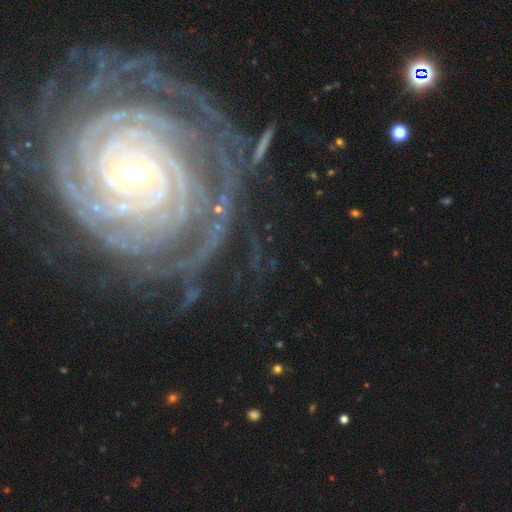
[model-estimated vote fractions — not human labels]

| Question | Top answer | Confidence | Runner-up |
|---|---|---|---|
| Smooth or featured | featured or disk | 90% | star or artifact (7%) |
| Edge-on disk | no | 97% | yes (3%) |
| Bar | strong | 34% | weak (33%) |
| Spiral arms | yes | 98% | no (2%) |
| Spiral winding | tight | 87% | medium (11%) |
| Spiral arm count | more than 4 | 26% | 4 (20%) |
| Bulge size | small | 55% | moderate (40%) |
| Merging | none | 73% | minor disturbance (15%) |